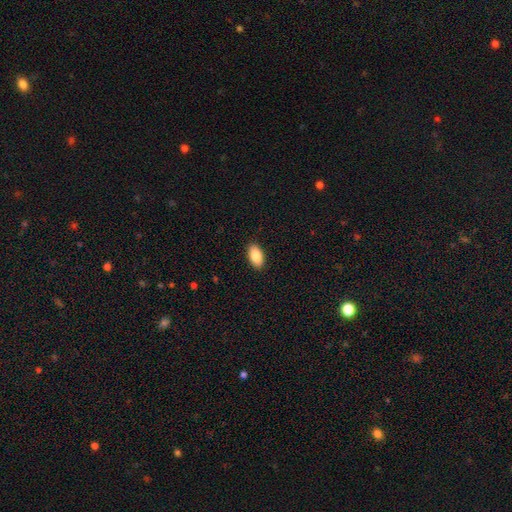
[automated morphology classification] A smooth galaxy with no disk features (84%) that is in between round and cigar-shaped (94%). Merging: none (90%).